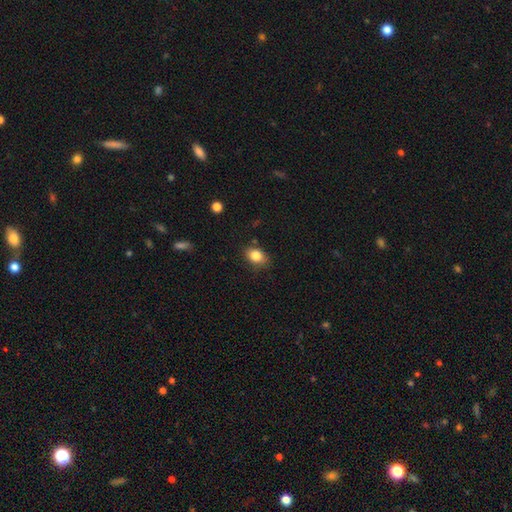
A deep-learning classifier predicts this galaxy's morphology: A smooth galaxy with no disk features (84%) that is in between round and cigar-shaped (70%).

Vote fractions:
- Smooth or featured? smooth: 84% / star or artifact: 9% / featured or disk: 7%
- How rounded? in between: 70% / round: 29% / cigar-shaped: 1%
- Merging? none: 77% / minor disturbance: 17% / major disturbance: 4% / merger: 2%